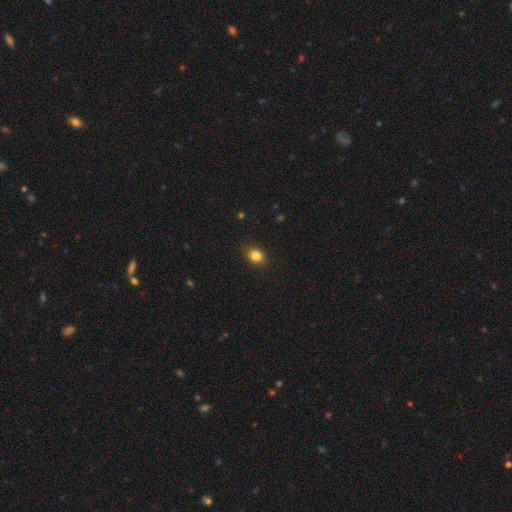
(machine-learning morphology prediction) smooth 84%, star or artifact 11%, featured or disk 5%. Down the decision tree: how rounded — in between (55%); merging — none (87%).